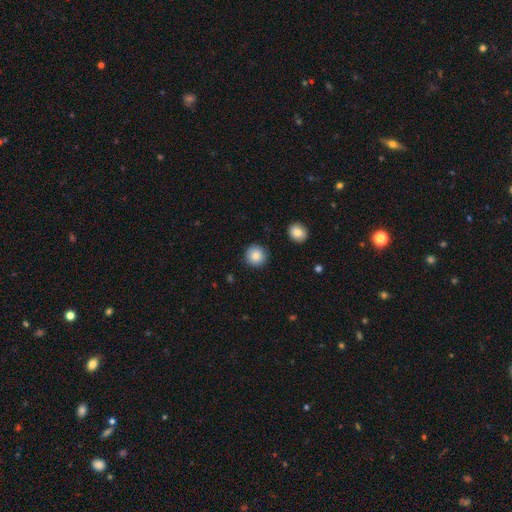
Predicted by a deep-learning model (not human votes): A smooth galaxy with no disk features (85%) that is round (95%).

Vote fractions:
- Smooth or featured? smooth: 85% / star or artifact: 9% / featured or disk: 7%
- How rounded? round: 95% / in between: 4% / cigar-shaped: 1%
- Merging? none: 90% / minor disturbance: 7% / major disturbance: 2% / merger: 2%